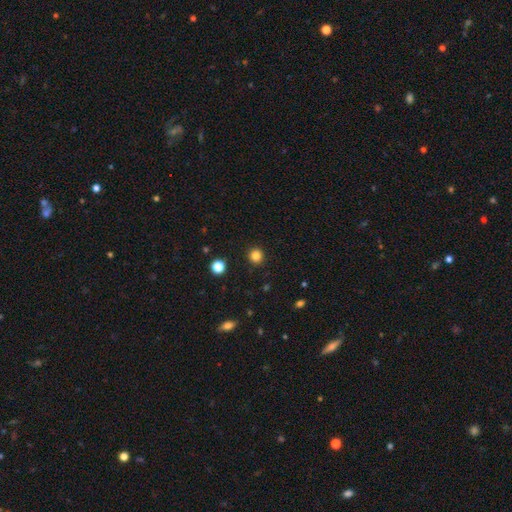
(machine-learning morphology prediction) Q: Smooth or featured?
A: smooth (84%); runner-up: star or artifact (13%)
Q: How rounded?
A: round (92%); runner-up: in between (7%)
Q: Merging?
A: none (92%); runner-up: minor disturbance (5%)